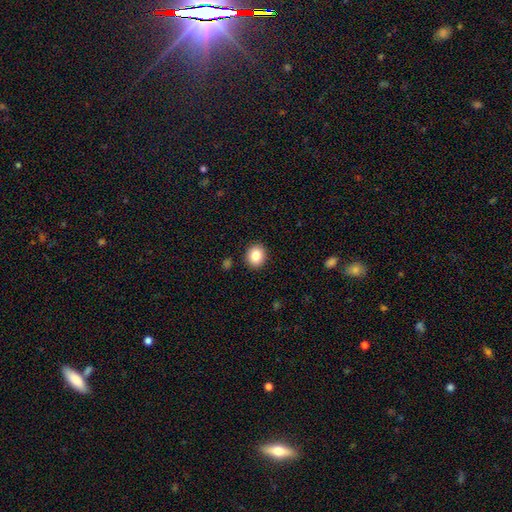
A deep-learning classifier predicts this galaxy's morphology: Smooth or featured: smooth — 84% (star or artifact — 10%)
How rounded: round — 78% (in between — 21%)
Merging: none — 91% (minor disturbance — 6%)